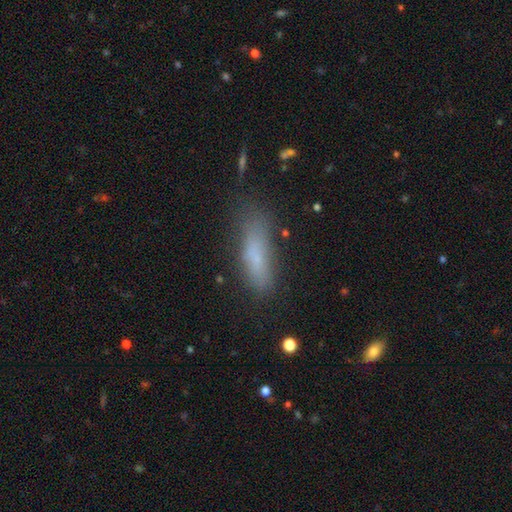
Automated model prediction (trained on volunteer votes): A smooth galaxy with no disk features (75%) that is cigar-shaped (57%). Merging: none (64%).